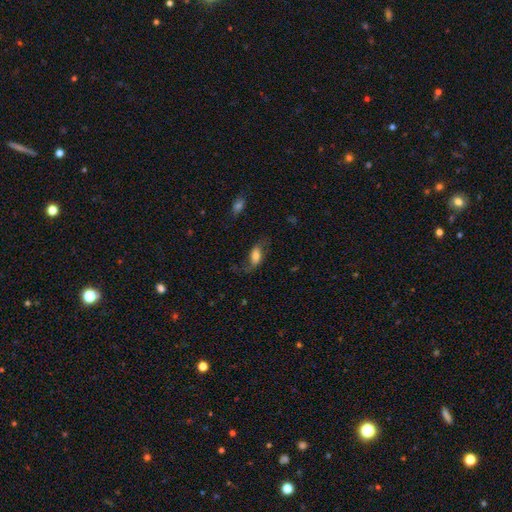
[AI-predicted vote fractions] This appears to be a smooth galaxy with no disk features (52%) that is in between round and cigar-shaped (86%). Merging: none (56%).